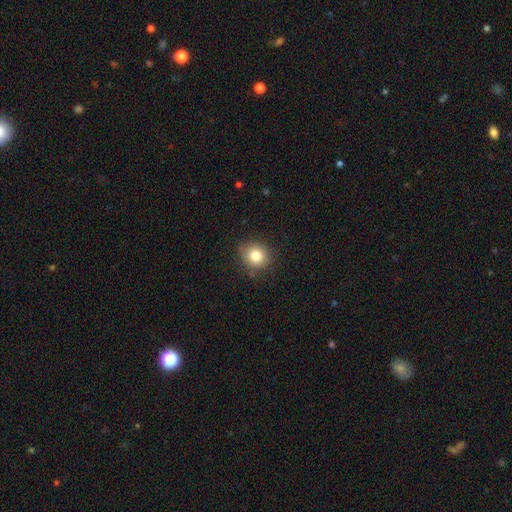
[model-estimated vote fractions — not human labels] The model was most divided on "smooth or featured": smooth: 81%, star or artifact: 11%, featured or disk: 8%. More confident: how rounded — round (86%); merging — none (85%).